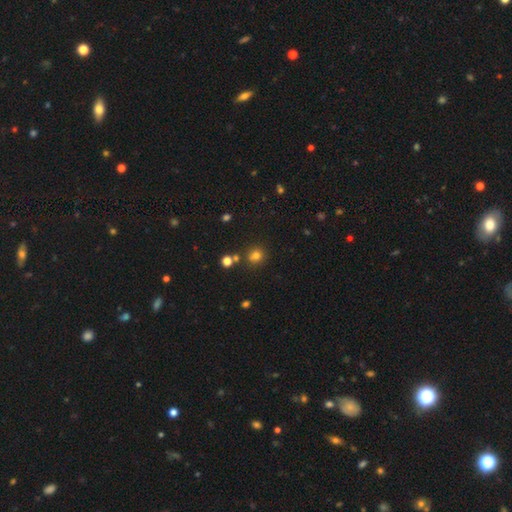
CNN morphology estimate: A smooth galaxy with no disk features (74%) that is round (84%). Merging: none (76%).